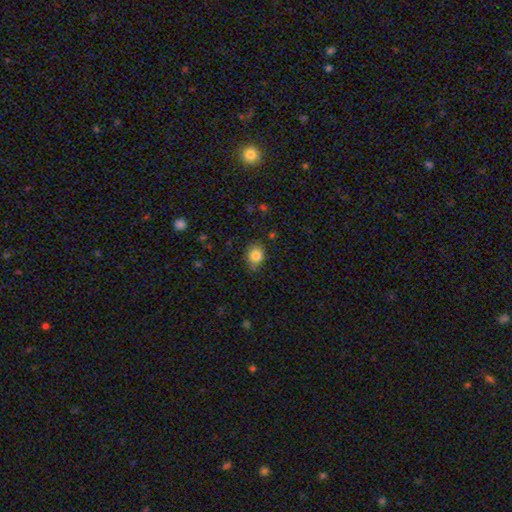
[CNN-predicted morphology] Smooth or featured: smooth — 84% (star or artifact — 10%)
How rounded: round — 68% (in between — 32%)
Merging: none — 75% (minor disturbance — 19%)